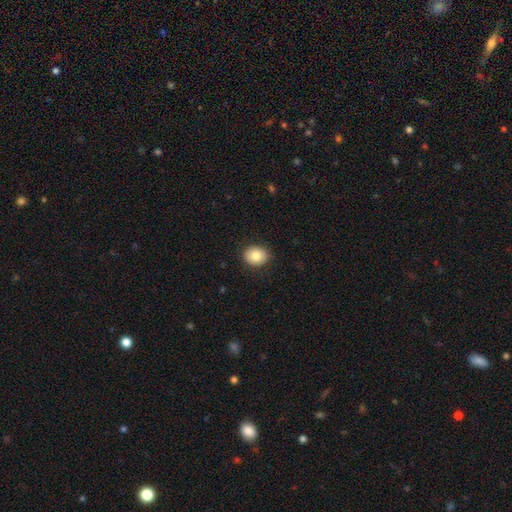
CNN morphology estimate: This appears to be a smooth galaxy with no disk features (82%) that is round (58%). Merging: none (89%).